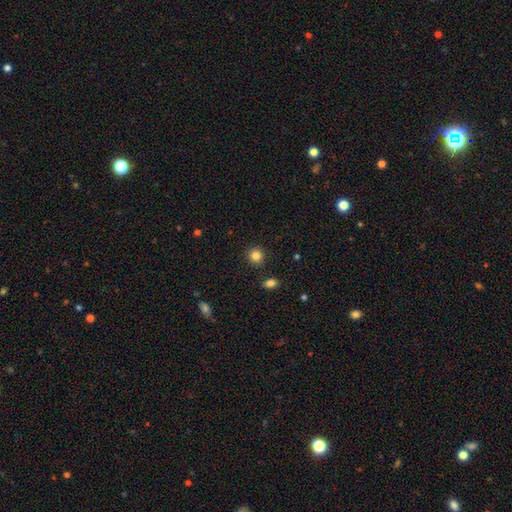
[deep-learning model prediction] Q: Smooth or featured?
A: smooth (84%); runner-up: star or artifact (11%)
Q: How rounded?
A: round (90%); runner-up: in between (9%)
Q: Merging?
A: none (90%); runner-up: minor disturbance (6%)